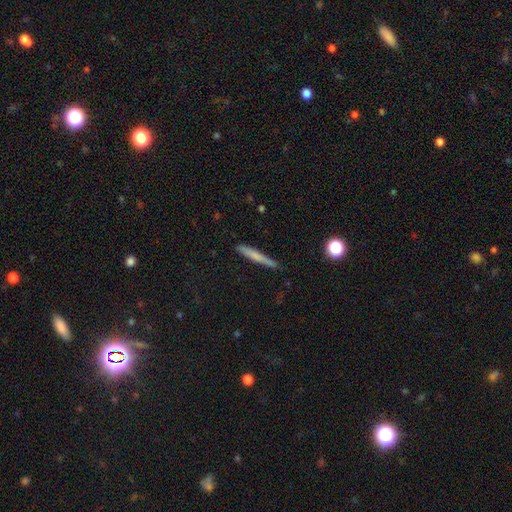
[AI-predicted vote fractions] Smooth or featured: smooth — 62% (featured or disk — 31%)
How rounded: cigar-shaped — 95% (in between — 3%)
Merging: none — 85% (minor disturbance — 12%)